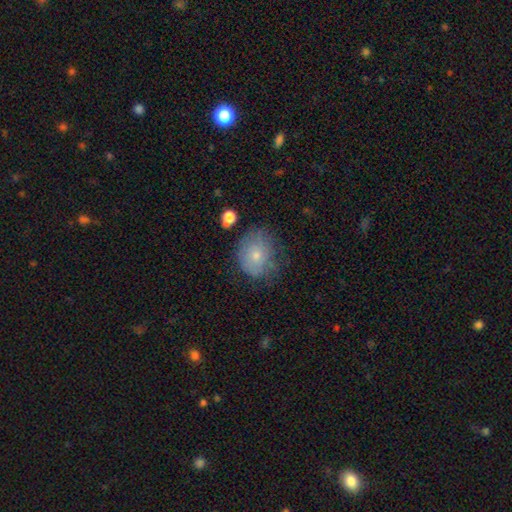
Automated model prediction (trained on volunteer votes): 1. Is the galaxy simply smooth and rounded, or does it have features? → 68% smooth, 22% featured or disk, 9% star or artifact.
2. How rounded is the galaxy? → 57% round, 42% in between, 1% cigar-shaped.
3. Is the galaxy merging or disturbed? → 56% none, 29% minor disturbance, 12% major disturbance, 3% merger.